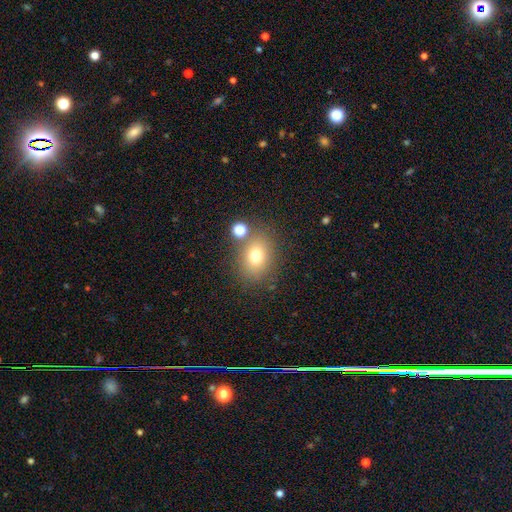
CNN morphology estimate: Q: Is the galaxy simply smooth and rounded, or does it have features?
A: smooth — 73%.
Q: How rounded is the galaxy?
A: in between — 53%.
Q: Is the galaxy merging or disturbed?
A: none — 74%.